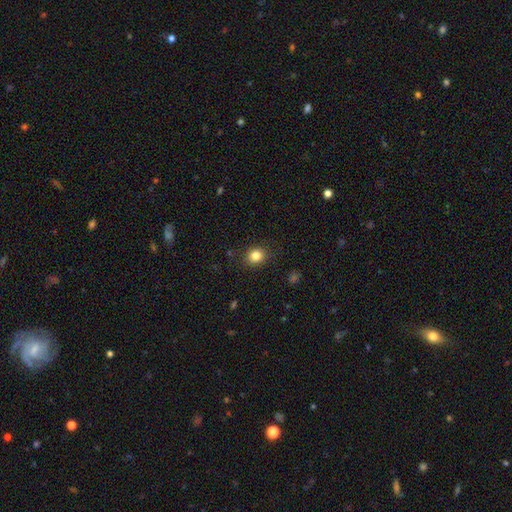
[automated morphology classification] A smooth galaxy with no disk features (83%) that is round (66%).

Vote fractions:
- Smooth or featured? smooth: 83% / star or artifact: 11% / featured or disk: 6%
- How rounded? round: 66% / in between: 33% / cigar-shaped: 1%
- Merging? none: 87% / minor disturbance: 9% / major disturbance: 3% / merger: 1%